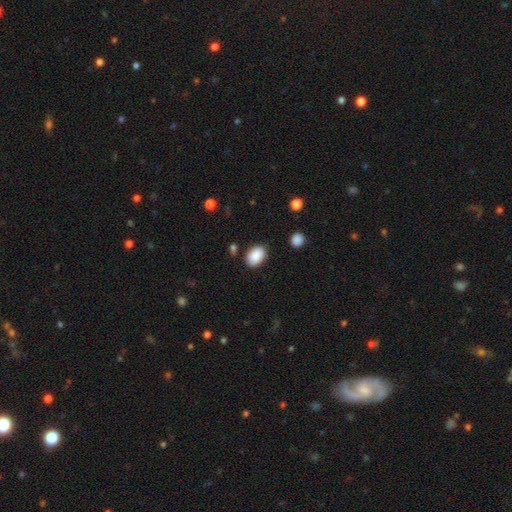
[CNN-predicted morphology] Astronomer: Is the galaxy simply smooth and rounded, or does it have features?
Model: smooth — 89%.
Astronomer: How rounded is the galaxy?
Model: in between — 81%.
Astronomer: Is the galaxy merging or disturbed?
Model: none — 82%.